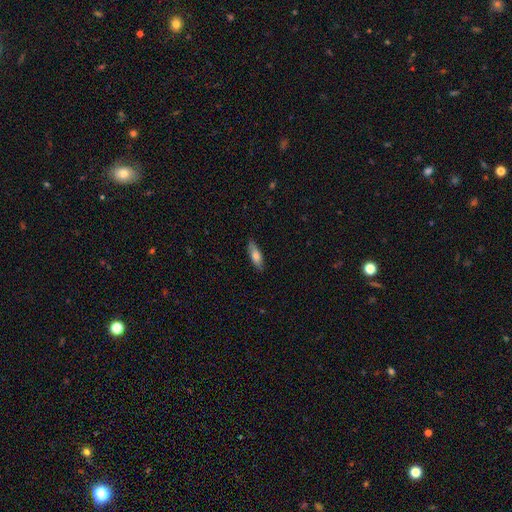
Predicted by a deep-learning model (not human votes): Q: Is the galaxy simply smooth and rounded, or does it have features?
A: smooth — 68%.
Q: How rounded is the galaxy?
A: in between — 53%.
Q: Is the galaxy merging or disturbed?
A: none — 83%.